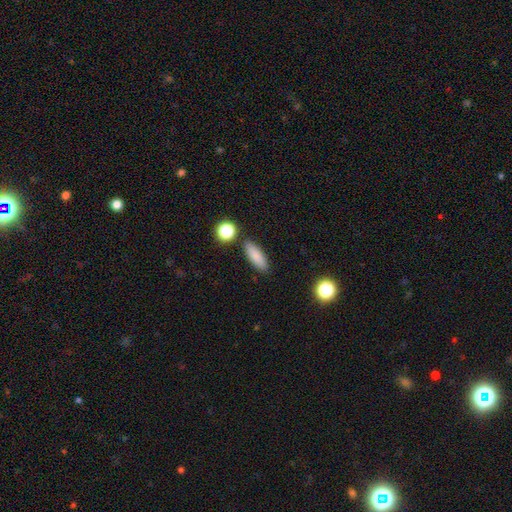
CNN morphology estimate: smooth 85%, star or artifact 8%, featured or disk 7%. Down the decision tree: how rounded — in between (62%); merging — none (86%).